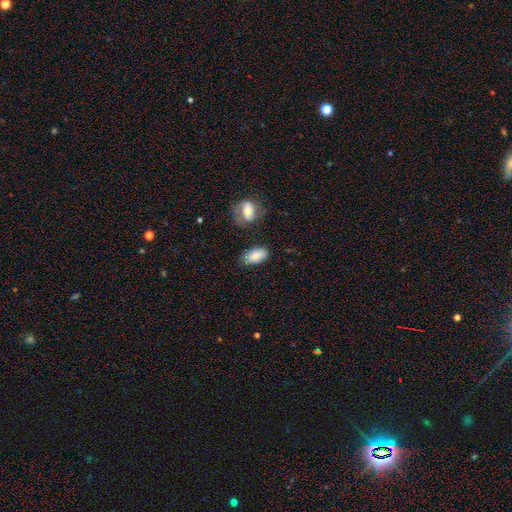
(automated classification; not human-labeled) Smooth or featured: smooth — 82% (featured or disk — 11%)
How rounded: in between — 93% (cigar-shaped — 4%)
Merging: none — 73% (minor disturbance — 17%)